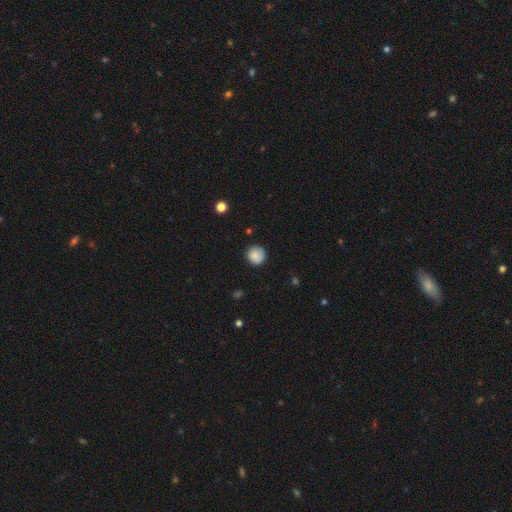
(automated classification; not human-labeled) A smooth galaxy with no disk features (85%) that is round (93%).

Vote fractions:
- Smooth or featured? smooth: 85% / star or artifact: 9% / featured or disk: 6%
- How rounded? round: 93% / in between: 6% / cigar-shaped: 1%
- Merging? none: 82% / minor disturbance: 13% / major disturbance: 3% / merger: 1%